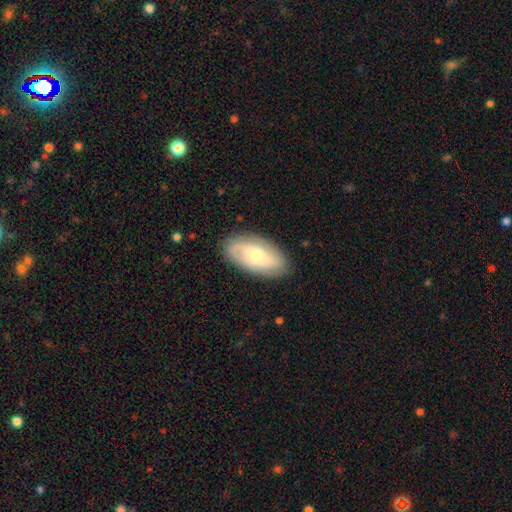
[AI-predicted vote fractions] This appears to be a featured or disk galaxy (57%) with no bar (67%), spiral arms (84%) and a moderate central bulge (48%). Merging: none (83%).